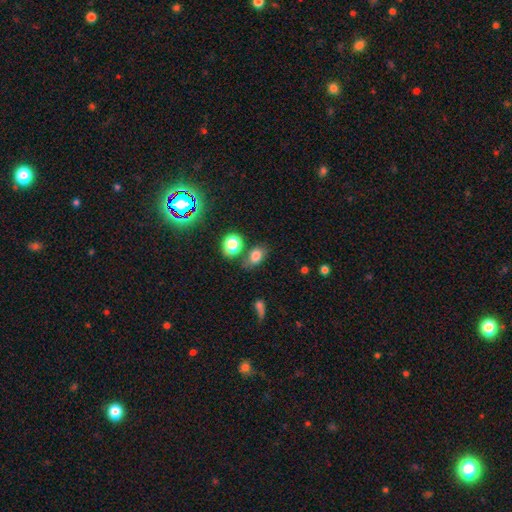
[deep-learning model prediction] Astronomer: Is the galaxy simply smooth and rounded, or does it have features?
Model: smooth — 77%.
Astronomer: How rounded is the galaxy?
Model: in between — 77%.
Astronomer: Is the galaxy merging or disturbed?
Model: none — 64%.